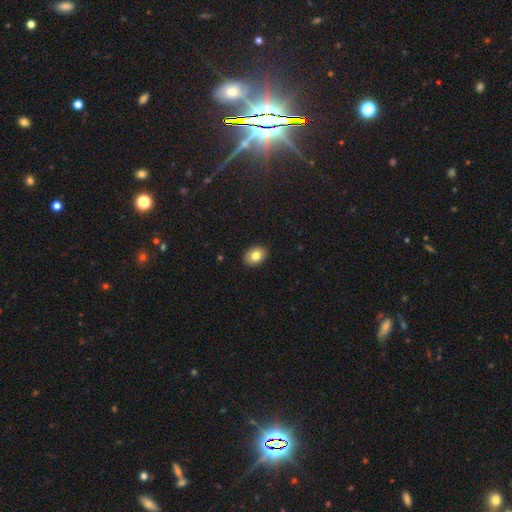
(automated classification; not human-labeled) This appears to be a smooth galaxy with no disk features (80%) that is in between round and cigar-shaped (74%). Merging: none (90%).